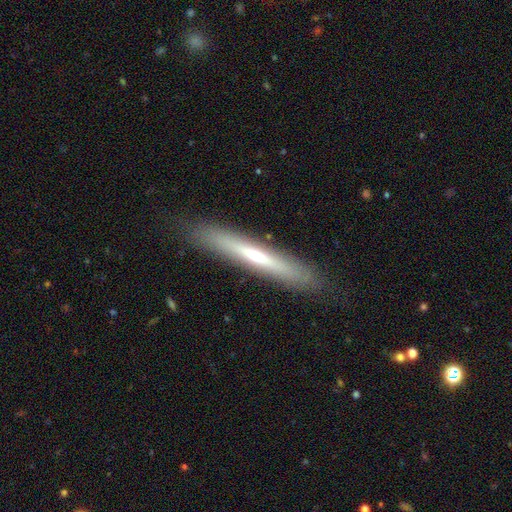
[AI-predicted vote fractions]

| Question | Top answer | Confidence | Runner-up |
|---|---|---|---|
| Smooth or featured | featured or disk | 51% | smooth (43%) |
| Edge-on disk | yes | 90% | no (10%) |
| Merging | none | 88% | minor disturbance (9%) |